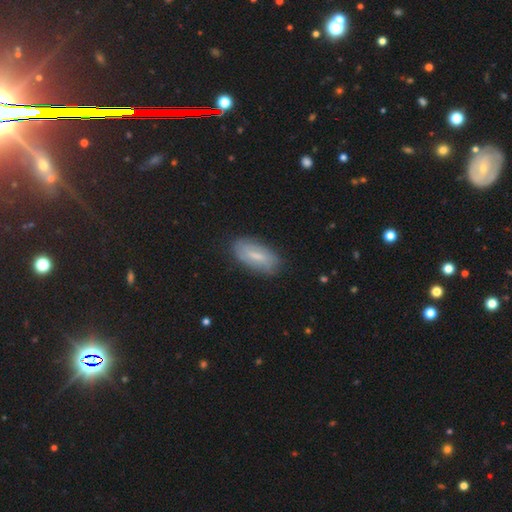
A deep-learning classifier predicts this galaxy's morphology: smooth 52%, featured or disk 40%, star or artifact 8%. Down the decision tree: how rounded — in between (85%); merging — none (80%).